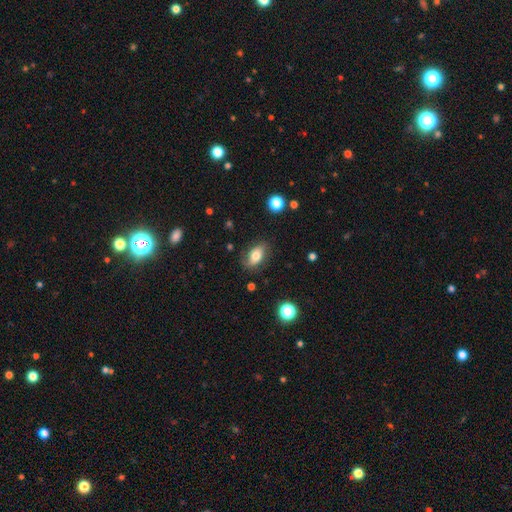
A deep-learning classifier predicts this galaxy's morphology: Smooth or featured?
  - smooth: 70% *
  - featured or disk: 21%
  - star or artifact: 9%
How rounded?
  - in between: 87% *
  - round: 9%
  - cigar-shaped: 4%
Merging?
  - none: 75% *
  - minor disturbance: 18%
  - major disturbance: 5%
  - merger: 2%